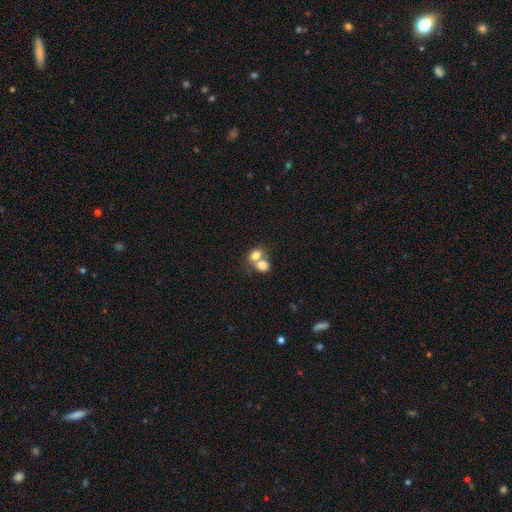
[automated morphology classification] Overall: smooth (77%). How rounded: in between (50%; round 49%). Merging: merger (63%; none 26%).